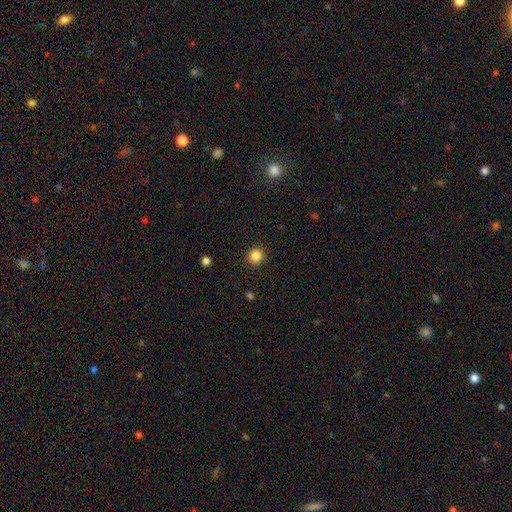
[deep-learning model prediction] Overall: smooth (85%). How rounded: round (89%). Merging: none (91%).